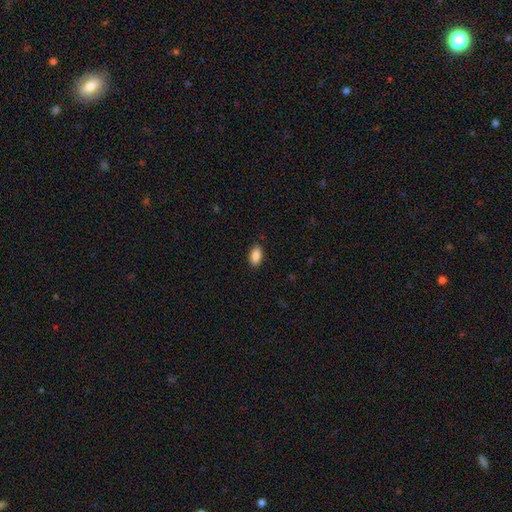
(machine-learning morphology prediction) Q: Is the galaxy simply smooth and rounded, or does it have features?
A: smooth — 88%.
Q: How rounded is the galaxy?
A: in between — 91%.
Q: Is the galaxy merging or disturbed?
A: none — 88%.